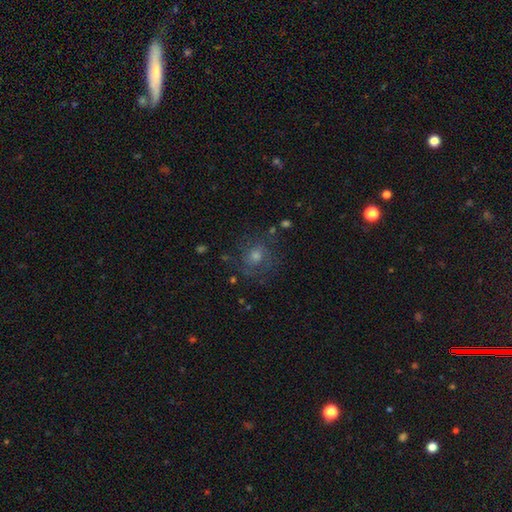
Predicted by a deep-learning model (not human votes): Smooth or featured: smooth — 39% (featured or disk — 35%)
Merging: none — 73% (minor disturbance — 15%)